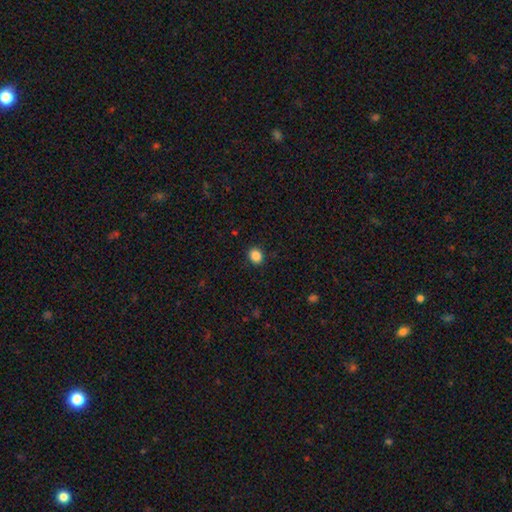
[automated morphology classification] smooth 87%, star or artifact 10%, featured or disk 3%. Down the decision tree: how rounded — round (69%); merging — none (90%).